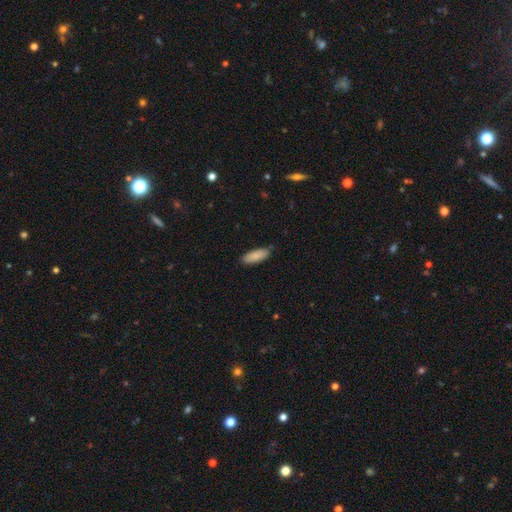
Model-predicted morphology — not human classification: Smooth or featured: smooth — 88% (featured or disk — 7%)
How rounded: in between — 66% (cigar-shaped — 32%)
Merging: none — 84% (minor disturbance — 13%)